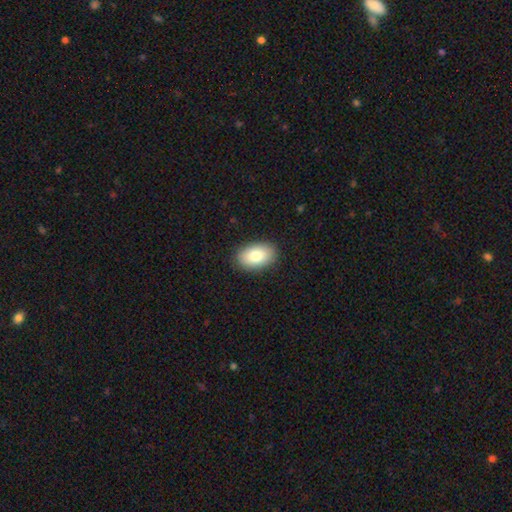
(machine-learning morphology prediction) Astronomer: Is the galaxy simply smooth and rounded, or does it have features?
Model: smooth — 79%.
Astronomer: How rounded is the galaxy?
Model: in between — 89%.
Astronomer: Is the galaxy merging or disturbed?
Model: none — 89%.